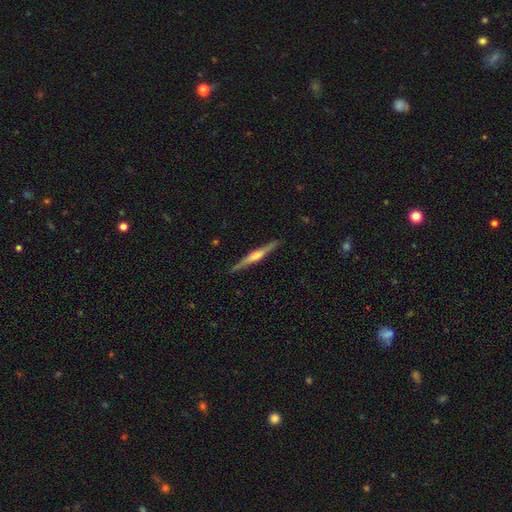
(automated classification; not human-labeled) This is likely a featured or disk galaxy (73%). It is clearly viewed edge-on (98%). Edge-on bulge: likely rounded (65%). Merging: clearly none (91%).